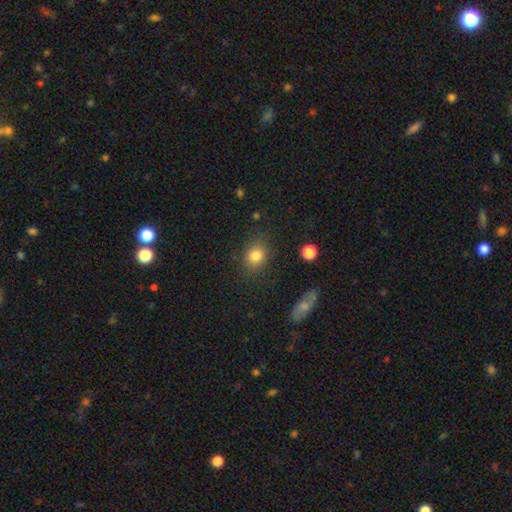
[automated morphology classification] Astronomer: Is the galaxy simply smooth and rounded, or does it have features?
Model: smooth — 82%.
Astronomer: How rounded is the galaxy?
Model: round — 56% (runner-up: in between, 42%).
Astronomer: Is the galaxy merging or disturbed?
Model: none — 80%.